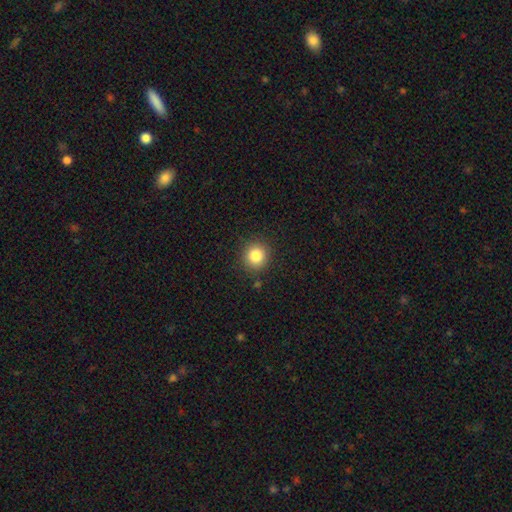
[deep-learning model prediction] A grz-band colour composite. It shows a smooth galaxy with no disk features (84%) that is round (90%). Merging: none (88%).